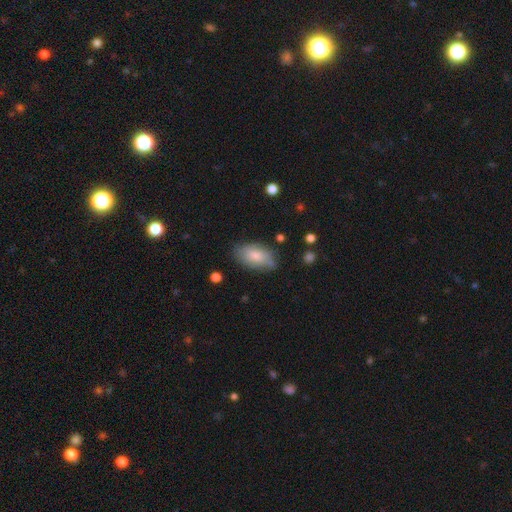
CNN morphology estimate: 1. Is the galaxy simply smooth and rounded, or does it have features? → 75% smooth, 19% featured or disk, 6% star or artifact.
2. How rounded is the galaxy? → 93% in between, 4% round, 3% cigar-shaped.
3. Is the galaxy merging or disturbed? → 69% none, 23% minor disturbance, 5% major disturbance, 2% merger.